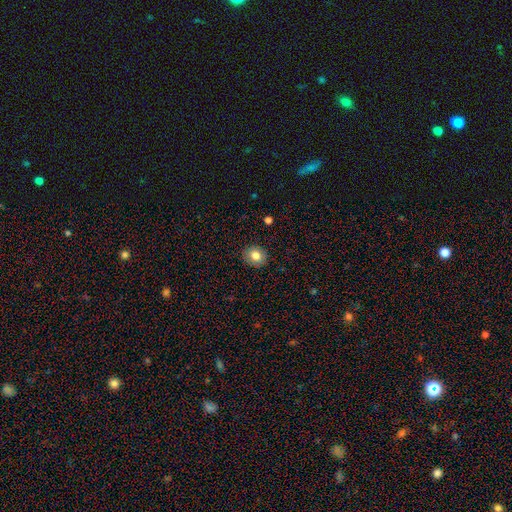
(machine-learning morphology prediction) Q: Smooth or featured?
A: smooth (81%); runner-up: star or artifact (10%)
Q: How rounded?
A: round (68%); runner-up: in between (31%)
Q: Merging?
A: none (88%); runner-up: minor disturbance (9%)